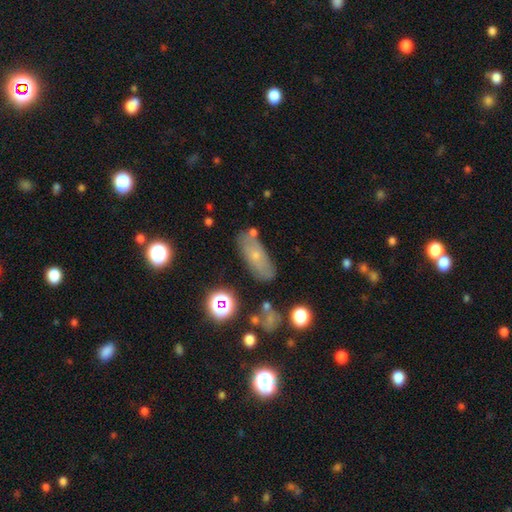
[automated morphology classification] This is possibly a smooth galaxy (56%). How rounded: likely in between (73%). Merging: likely none (67%).